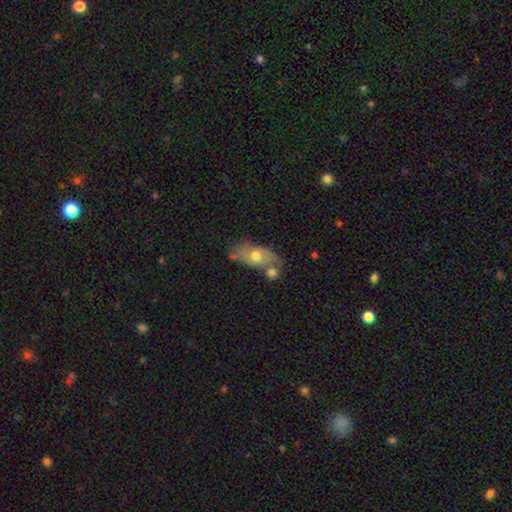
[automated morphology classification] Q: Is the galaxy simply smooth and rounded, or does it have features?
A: smooth — 51%.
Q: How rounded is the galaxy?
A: in between — 83%.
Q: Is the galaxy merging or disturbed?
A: none — 46%.